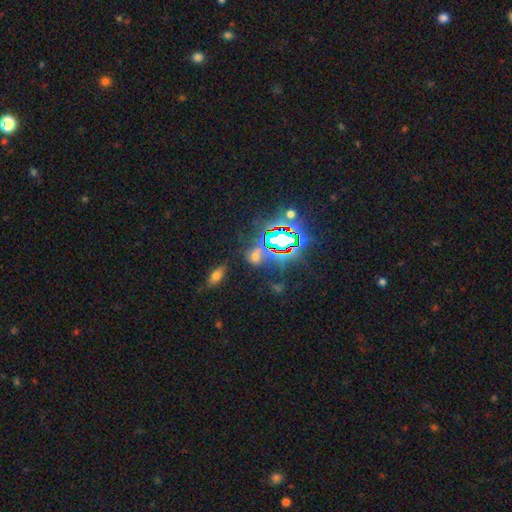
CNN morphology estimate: smooth_or_featured: star or artifact (p=0.60) [alt: smooth p=0.28]